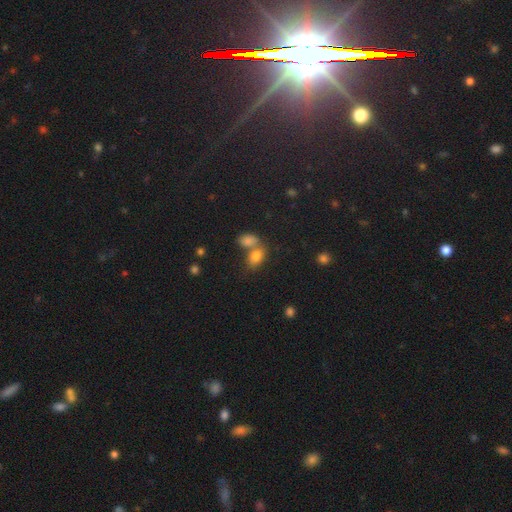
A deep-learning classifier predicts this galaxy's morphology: A smooth galaxy with no disk features (80%) that is in between round and cigar-shaped (82%).

Vote fractions:
- Smooth or featured? smooth: 80% / star or artifact: 11% / featured or disk: 9%
- How rounded? in between: 82% / round: 16% / cigar-shaped: 2%
- Merging? merger: 50% / none: 36% / minor disturbance: 10% / major disturbance: 4%